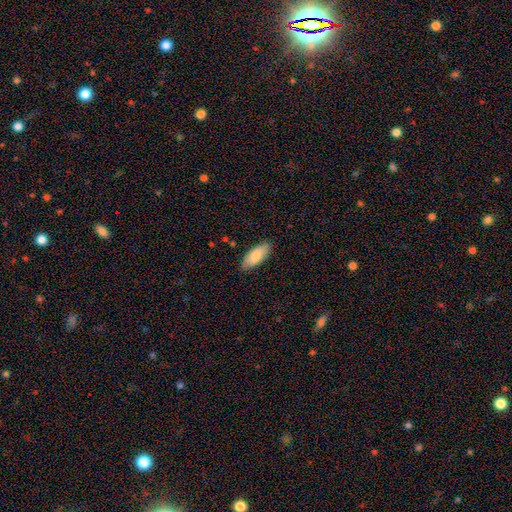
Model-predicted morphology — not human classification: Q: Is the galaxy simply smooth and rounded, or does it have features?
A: smooth — 85%.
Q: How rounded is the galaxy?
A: in between — 85%.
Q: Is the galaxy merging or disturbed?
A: none — 85%.